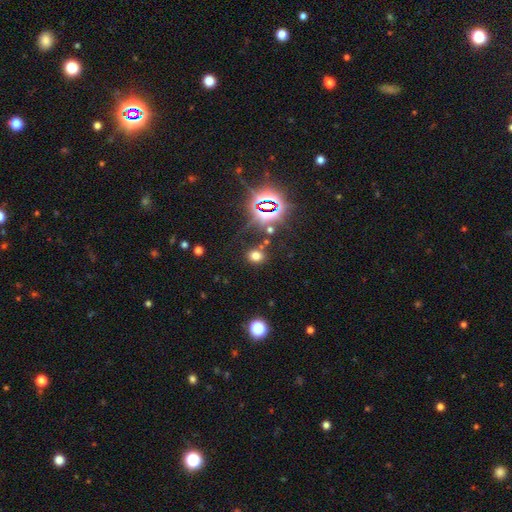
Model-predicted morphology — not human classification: A smooth galaxy with no disk features (63%) that is round (59%).

Vote fractions:
- Smooth or featured? smooth: 63% / star or artifact: 30% / featured or disk: 8%
- How rounded? round: 59% / in between: 39% / cigar-shaped: 1%
- Merging? none: 77% / minor disturbance: 11% / merger: 7% / major disturbance: 5%